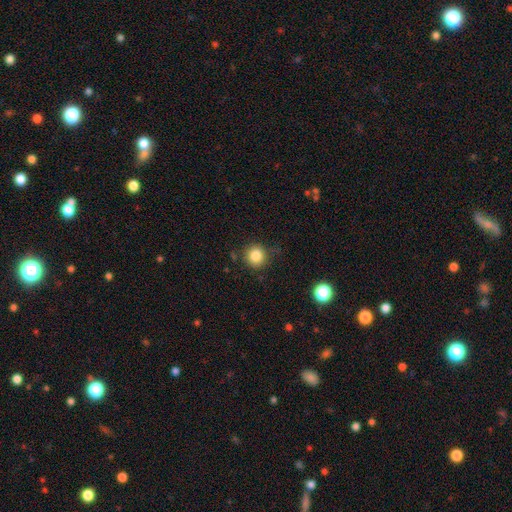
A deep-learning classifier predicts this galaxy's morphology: A smooth galaxy with no disk features (85%) that is round (91%). Merging: none (83%).